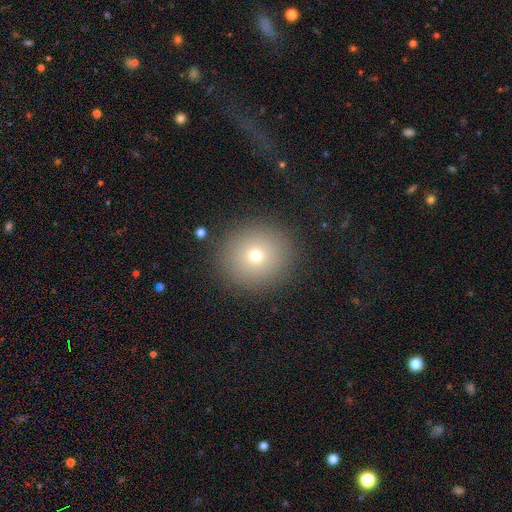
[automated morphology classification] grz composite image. It shows a smooth galaxy with no disk features (72%) that is round (91%). Merging: none (89%).